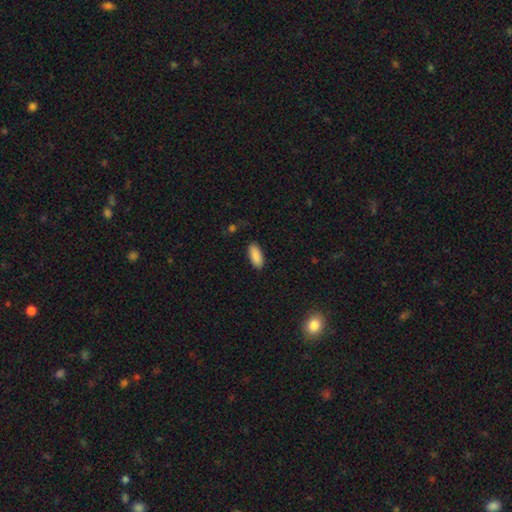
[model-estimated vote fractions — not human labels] Morphology: type=smooth (90%); roundness=in between (84%); merging=none (88%).